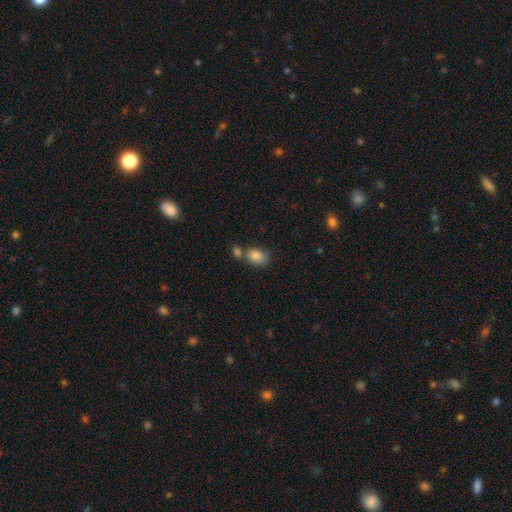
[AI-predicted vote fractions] smooth 85%, star or artifact 9%, featured or disk 6%. Down the decision tree: how rounded — in between (70%); merging — none (51%).